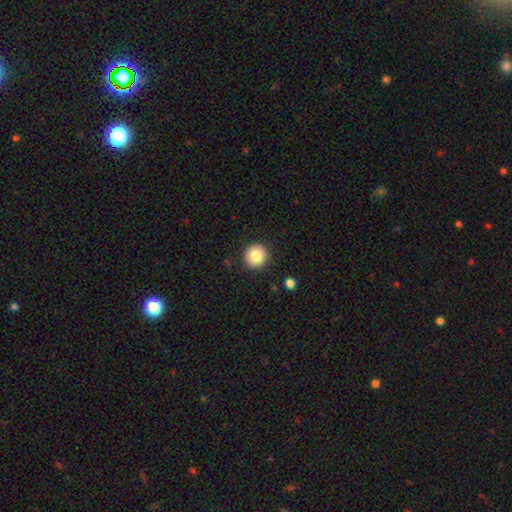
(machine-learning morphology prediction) Smooth or featured: smooth — 85% (star or artifact — 9%)
How rounded: round — 94% (in between — 5%)
Merging: none — 91% (minor disturbance — 6%)